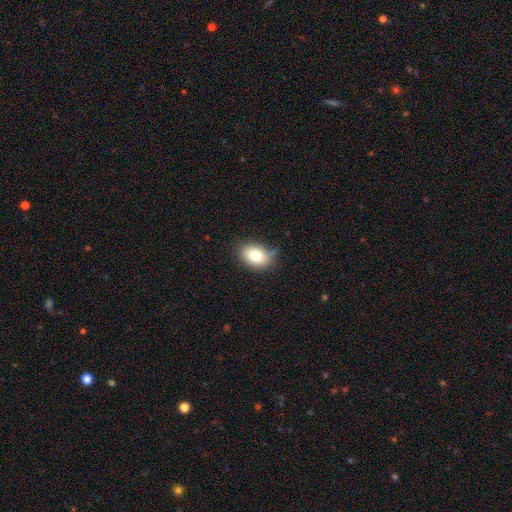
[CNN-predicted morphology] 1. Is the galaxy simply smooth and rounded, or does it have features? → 79% smooth, 12% featured or disk, 10% star or artifact.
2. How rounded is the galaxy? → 75% in between, 24% round, 1% cigar-shaped.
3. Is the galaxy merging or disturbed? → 75% none, 19% minor disturbance, 4% major disturbance, 2% merger.